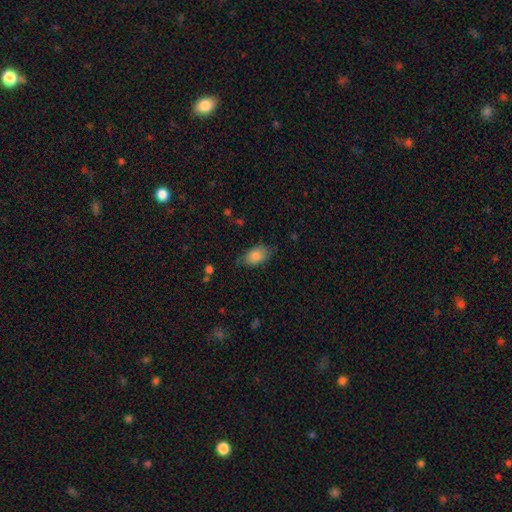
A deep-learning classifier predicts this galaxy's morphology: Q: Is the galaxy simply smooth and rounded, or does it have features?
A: smooth — 85%.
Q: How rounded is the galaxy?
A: in between — 89%.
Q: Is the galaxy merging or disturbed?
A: none — 72%.